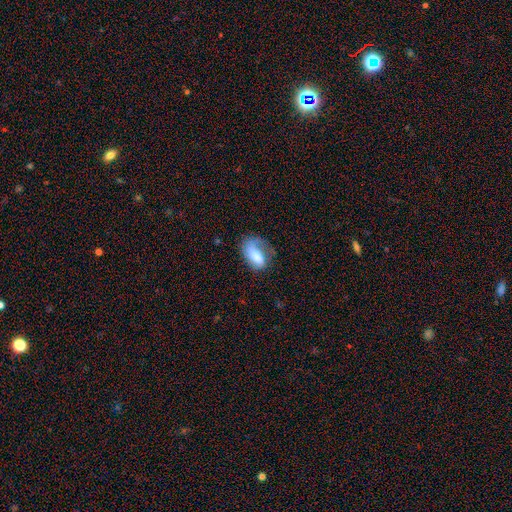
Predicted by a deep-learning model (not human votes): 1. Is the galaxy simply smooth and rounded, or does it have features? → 61% smooth, 31% featured or disk, 8% star or artifact.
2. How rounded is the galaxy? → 88% in between, 7% round, 5% cigar-shaped.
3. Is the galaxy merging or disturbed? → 42% none, 28% minor disturbance, 27% major disturbance, 3% merger.